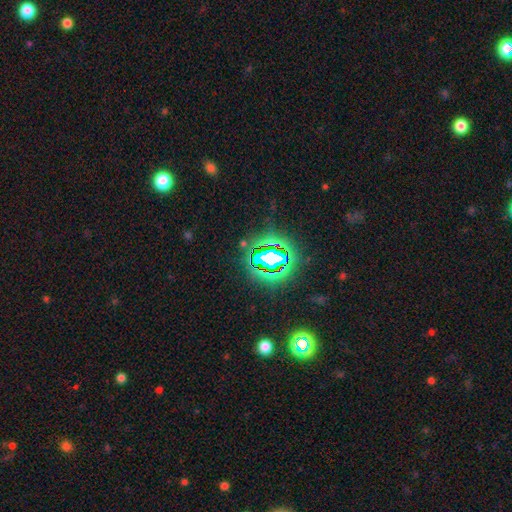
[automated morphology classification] star or artifact 78%, smooth 13%, featured or disk 9%.